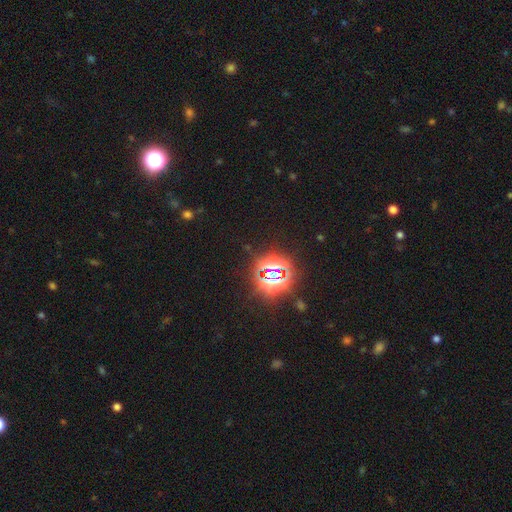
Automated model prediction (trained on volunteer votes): star or artifact 80%, smooth 14%, featured or disk 6%.